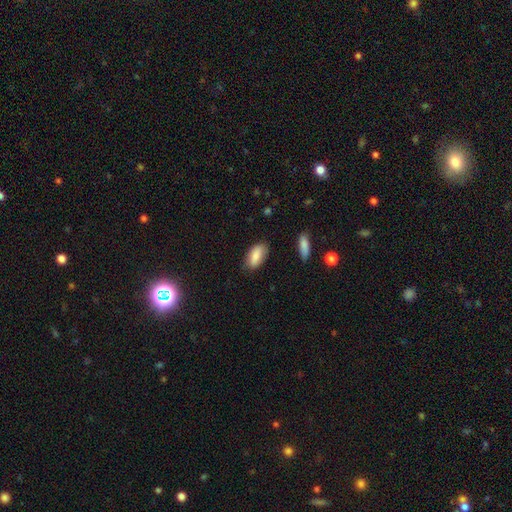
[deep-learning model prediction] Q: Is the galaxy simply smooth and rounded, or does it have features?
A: smooth — 86%.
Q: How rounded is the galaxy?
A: in between — 91%.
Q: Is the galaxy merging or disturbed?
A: none — 79%.